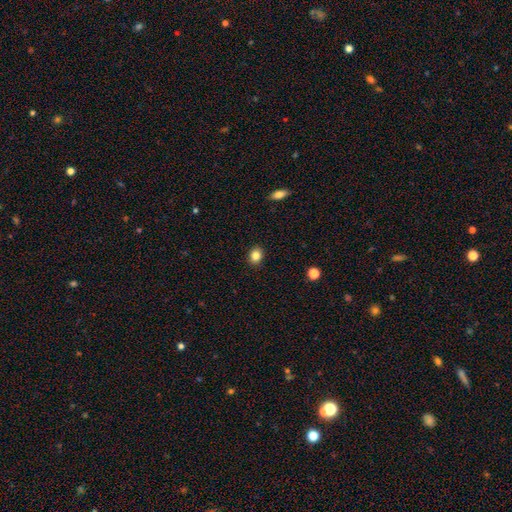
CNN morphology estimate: Smooth or featured? Predicted: smooth (p=0.84). How rounded? Predicted: round (p=0.56). Merging? Predicted: none (p=0.90).